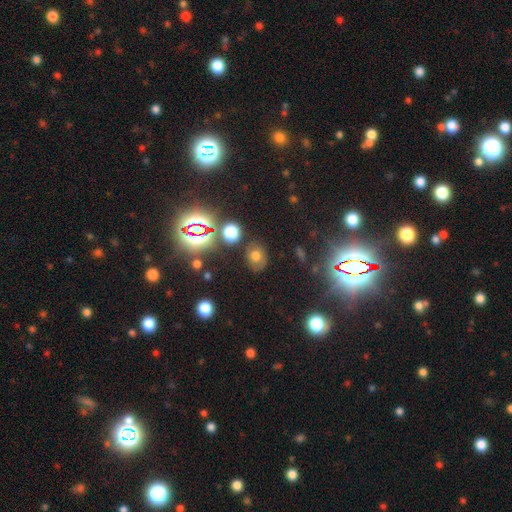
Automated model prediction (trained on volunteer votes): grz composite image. It shows a smooth galaxy with no disk features (58%) that is round (50%). Merging: none (71%).